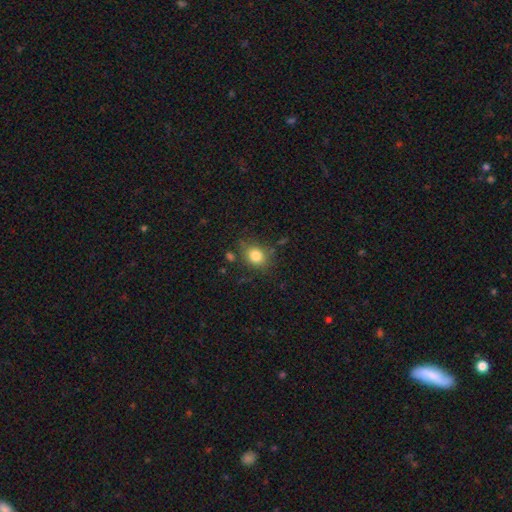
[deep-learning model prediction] smooth_or_featured: smooth (p=0.81) [alt: star or artifact p=0.11]
how_rounded: round (p=0.56) [alt: in between p=0.43]
merging: none (p=0.75) [alt: minor disturbance p=0.16]